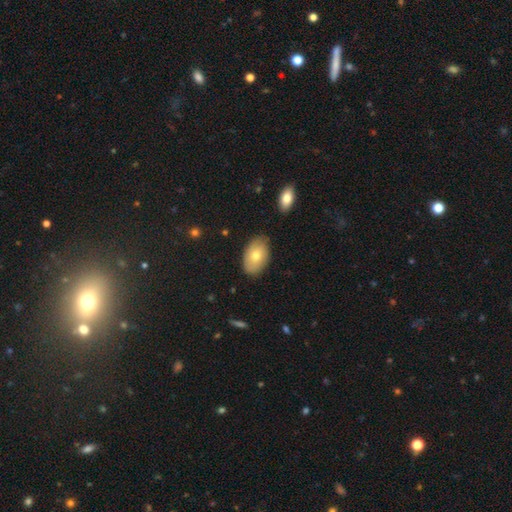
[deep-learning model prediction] Smooth or featured?
  - smooth: 72% *
  - featured or disk: 20%
  - star or artifact: 7%
How rounded?
  - in between: 90% *
  - round: 9%
  - cigar-shaped: 1%
Merging?
  - none: 82% *
  - minor disturbance: 14%
  - major disturbance: 3%
  - merger: 2%